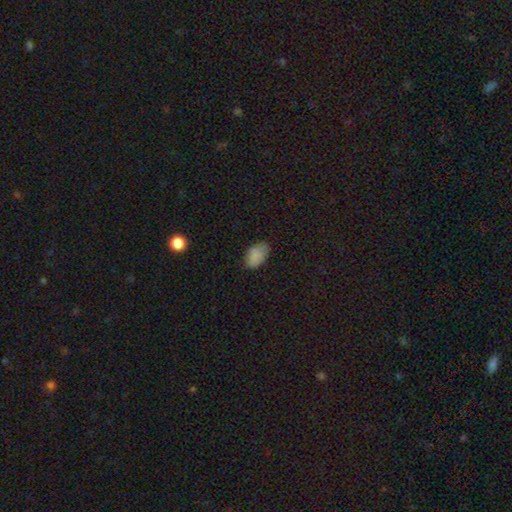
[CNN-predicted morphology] Smooth or featured? smooth (86%)
How rounded? in between (93%)
Merging? none (72%)